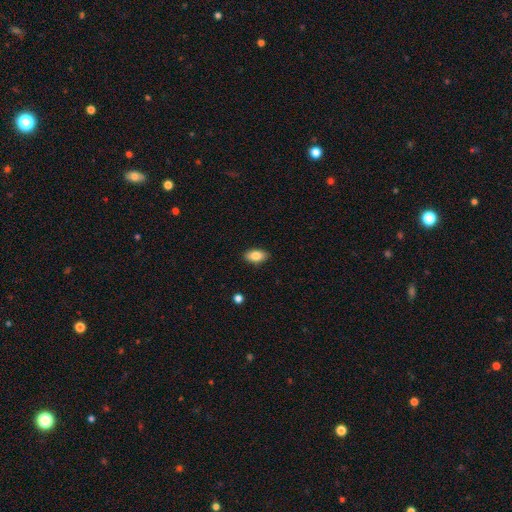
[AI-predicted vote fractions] Overall: smooth (85%). How rounded: in between (92%). Merging: none (89%).